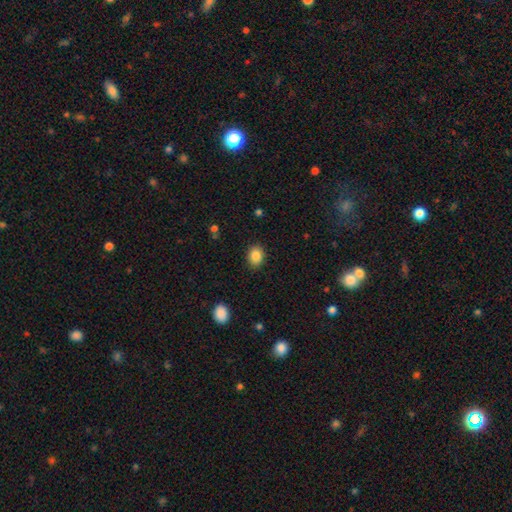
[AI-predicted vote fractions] Q: Smooth or featured?
A: smooth (86%); runner-up: star or artifact (9%)
Q: How rounded?
A: in between (56%); runner-up: round (43%)
Q: Merging?
A: none (88%); runner-up: minor disturbance (8%)